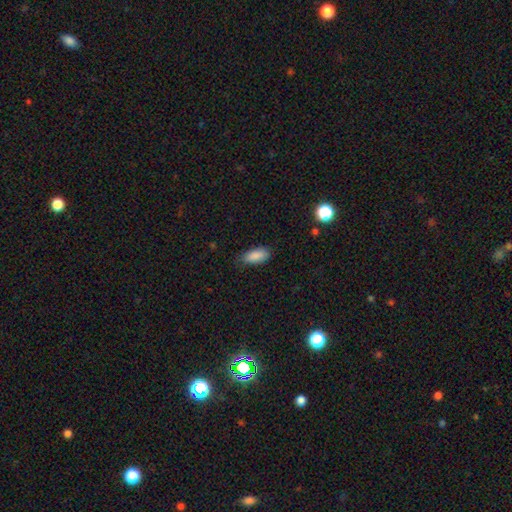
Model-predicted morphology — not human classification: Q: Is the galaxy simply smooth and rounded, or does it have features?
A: smooth — 88%.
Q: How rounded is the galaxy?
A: in between — 86%.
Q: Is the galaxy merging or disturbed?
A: none — 78%.